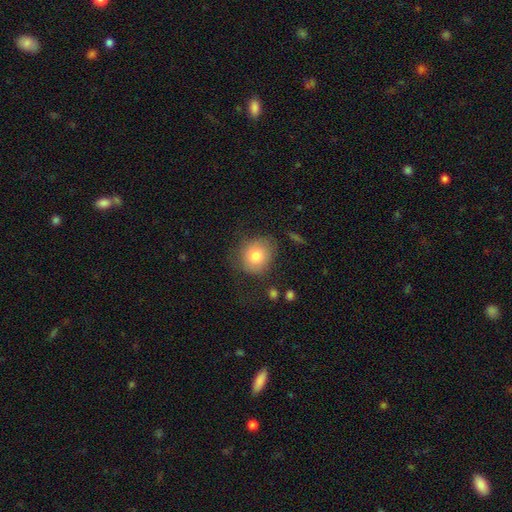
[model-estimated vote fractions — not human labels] A smooth galaxy with no disk features (78%) that is round (77%). Merging: none (68%).